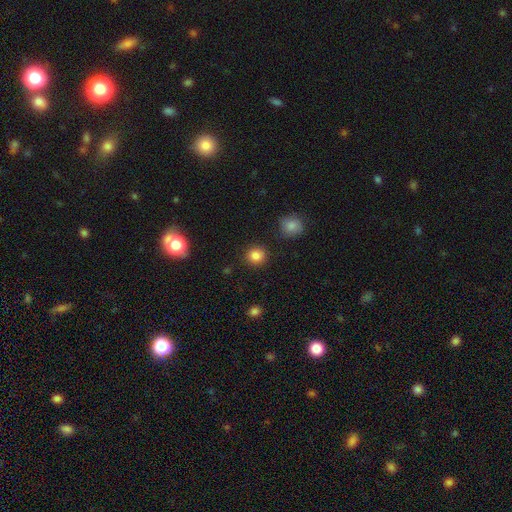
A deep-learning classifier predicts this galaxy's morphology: This is clearly a smooth galaxy (85%). How rounded: clearly round (89%). Merging: clearly none (90%).